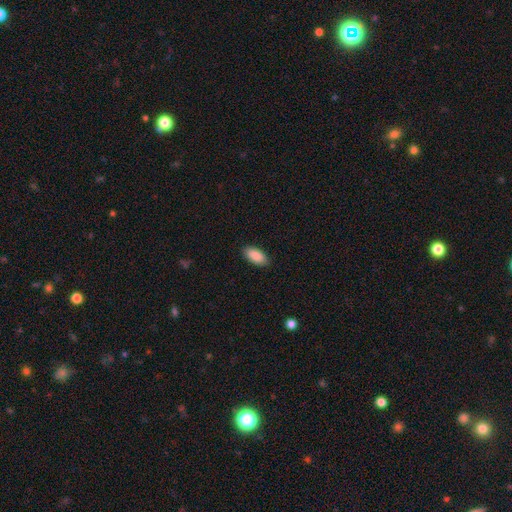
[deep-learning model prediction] This is clearly a smooth galaxy (90%). How rounded: clearly in between (93%). Merging: clearly none (89%).